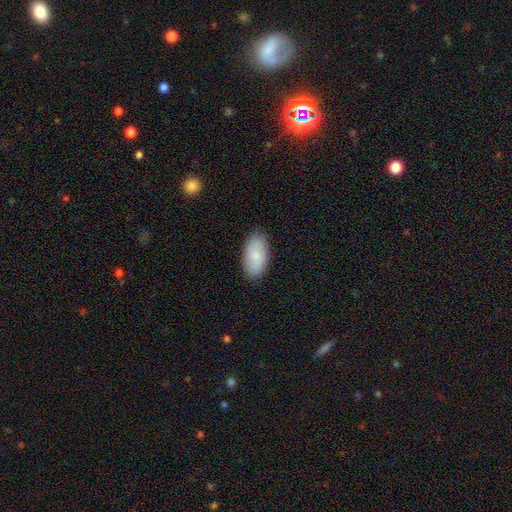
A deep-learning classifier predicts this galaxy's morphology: Smooth or featured? smooth (82%)
How rounded? in between (95%)
Merging? none (86%)